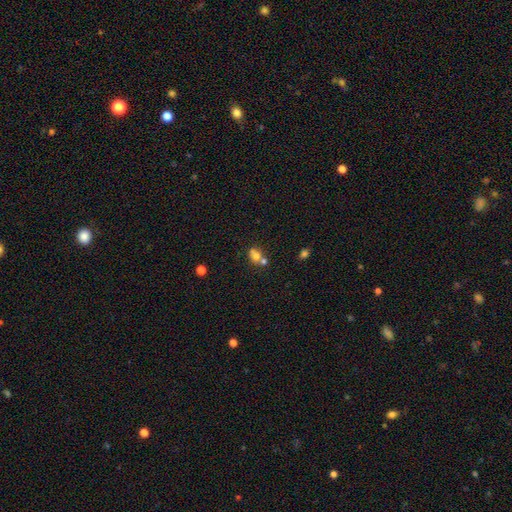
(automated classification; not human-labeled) smooth 70%, featured or disk 16%, star or artifact 14%. Down the decision tree: how rounded — round (50%); merging — merger (51%).